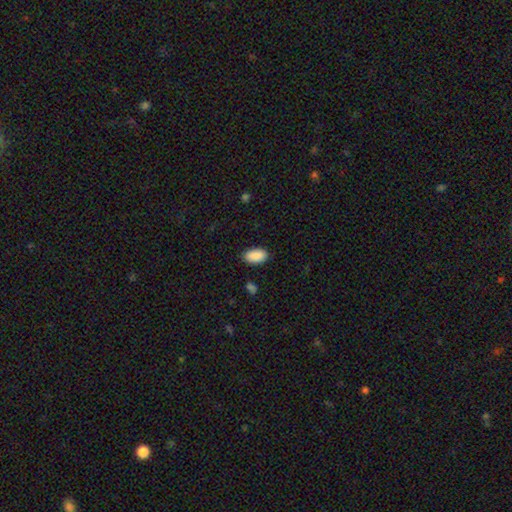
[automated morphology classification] Smooth or featured? smooth (90%)
How rounded? in between (95%)
Merging? none (87%)